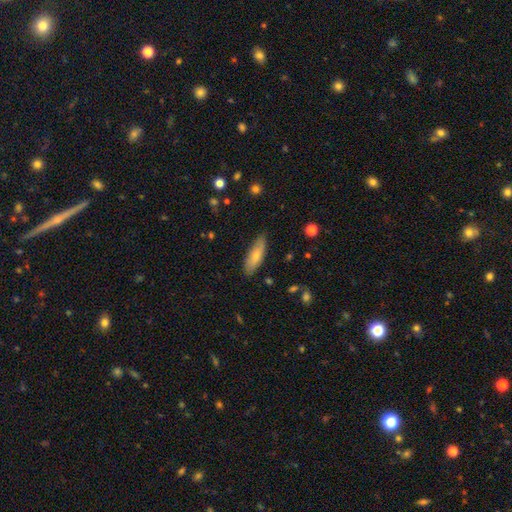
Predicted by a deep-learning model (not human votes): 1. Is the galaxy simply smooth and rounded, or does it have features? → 73% smooth, 21% featured or disk, 6% star or artifact.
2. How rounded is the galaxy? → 53% in between, 45% cigar-shaped, 2% round.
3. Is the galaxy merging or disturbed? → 82% none, 14% minor disturbance, 2% major disturbance, 1% merger.